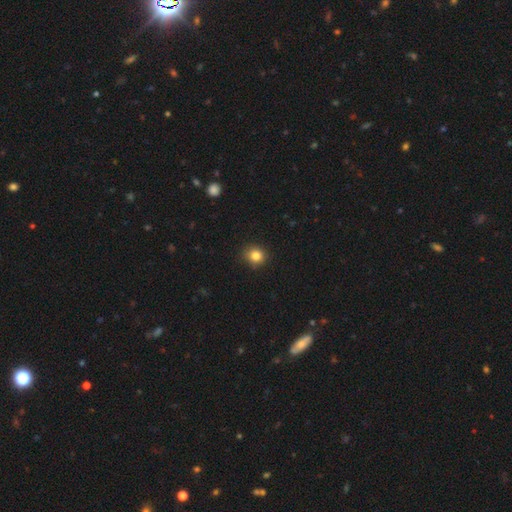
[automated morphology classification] This appears to be a smooth galaxy with no disk features (84%) that is round (83%). Merging: none (88%).